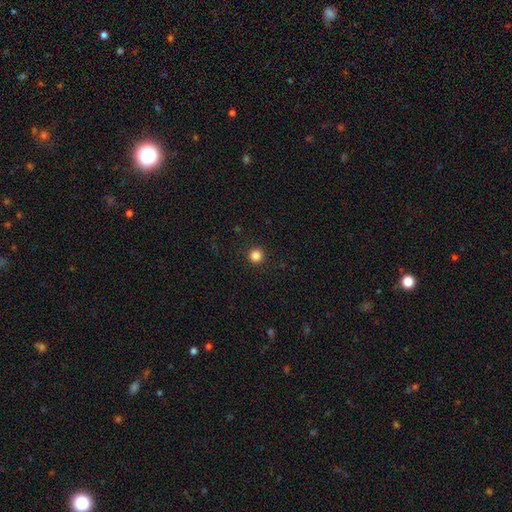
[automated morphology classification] Smooth or featured?
  - smooth: 85% *
  - star or artifact: 12%
  - featured or disk: 3%
How rounded?
  - round: 95% *
  - in between: 4%
  - cigar-shaped: 1%
Merging?
  - none: 93% *
  - minor disturbance: 4%
  - major disturbance: 2%
  - merger: 1%